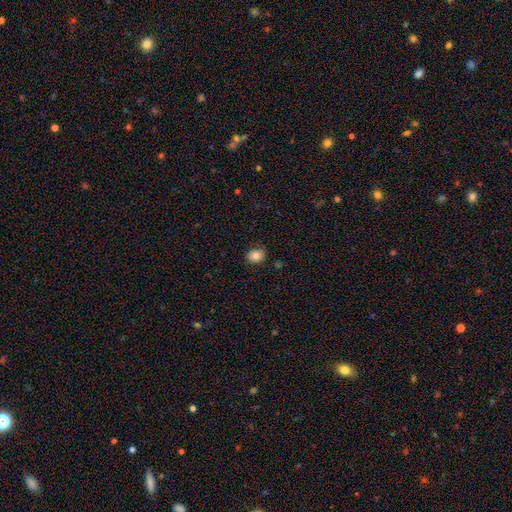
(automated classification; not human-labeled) smooth-or-featured: smooth: 81% | featured or disk: 10% | star or artifact: 10%
  how-rounded: round: 59% | in between: 40% | cigar-shaped: 1%
  merging: none: 85% | minor disturbance: 12% | major disturbance: 2% | merger: 1%